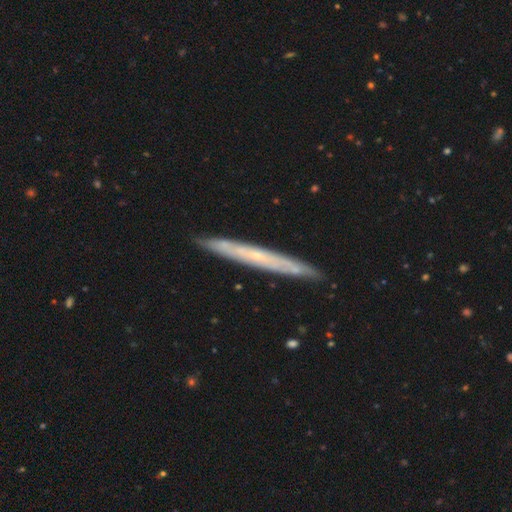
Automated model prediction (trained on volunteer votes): Smooth or featured? featured or disk (68%)
Edge-on disk? yes (88%)
Edge-on bulge? none (66%)
Merging? none (89%)